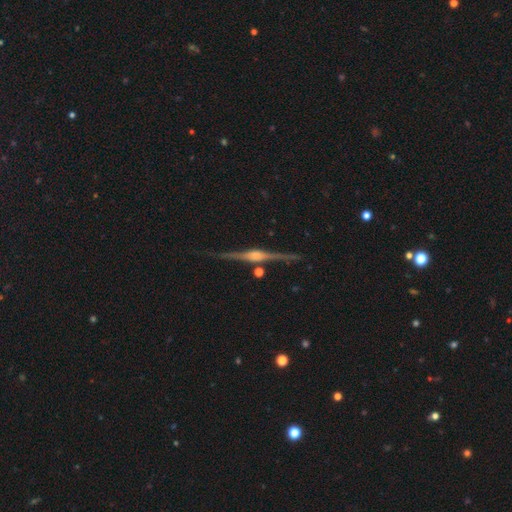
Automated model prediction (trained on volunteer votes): The model was most divided on "edge-on bulge": rounded: 81%, boxy: 16%, none: 4%. More confident: edge-on disk — yes (98%); smooth or featured — featured or disk (88%); merging — none (87%).